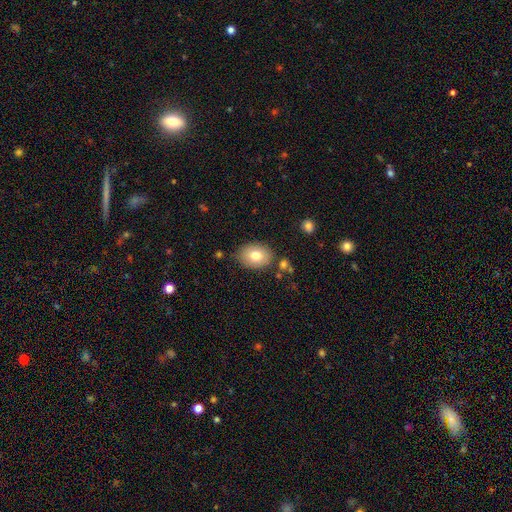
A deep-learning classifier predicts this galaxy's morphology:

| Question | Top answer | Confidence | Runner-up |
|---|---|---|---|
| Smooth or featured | smooth | 76% | featured or disk (15%) |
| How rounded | in between | 66% | round (33%) |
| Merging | none | 82% | minor disturbance (12%) |